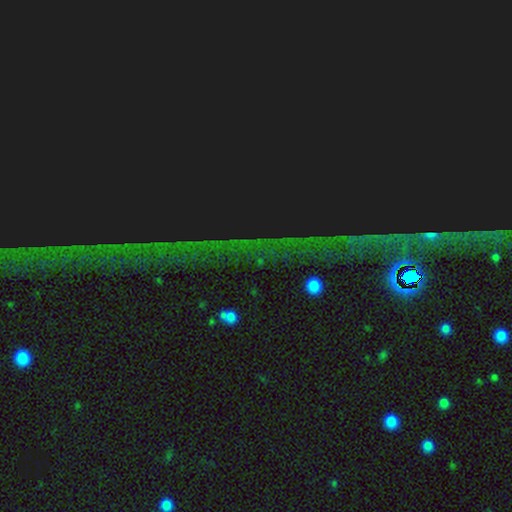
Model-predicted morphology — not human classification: Smooth or featured?
  - star or artifact: 80% *
  - featured or disk: 10%
  - smooth: 10%